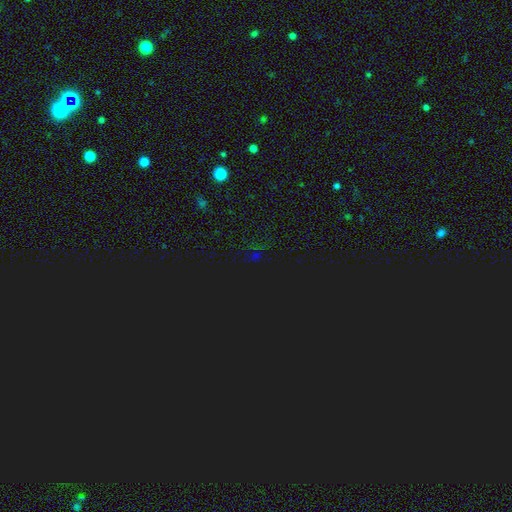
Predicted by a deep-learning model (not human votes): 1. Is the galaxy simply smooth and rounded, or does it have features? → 79% star or artifact, 15% smooth, 7% featured or disk.